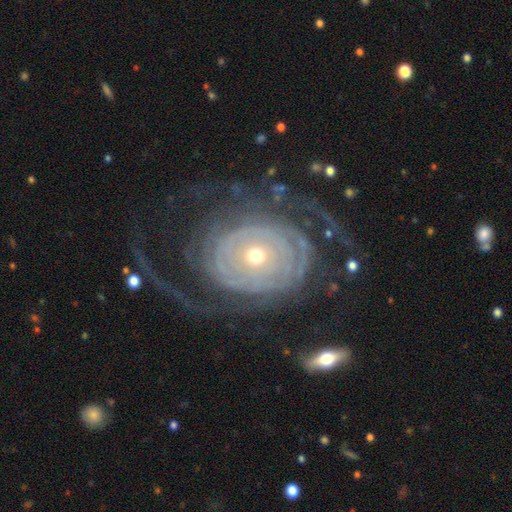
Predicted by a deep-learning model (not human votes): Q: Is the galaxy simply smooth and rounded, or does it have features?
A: featured or disk — 87%.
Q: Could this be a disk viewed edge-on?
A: no — 96%.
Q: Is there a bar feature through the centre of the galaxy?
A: no — 81%.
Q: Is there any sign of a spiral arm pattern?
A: yes — 90%.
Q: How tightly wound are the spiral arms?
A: tight — 71%.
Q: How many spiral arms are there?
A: can't tell — 33%.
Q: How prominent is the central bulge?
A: small — 57%.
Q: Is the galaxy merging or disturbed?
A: none — 59%.